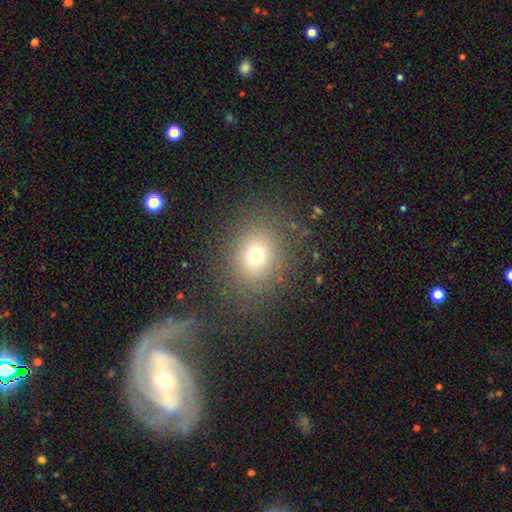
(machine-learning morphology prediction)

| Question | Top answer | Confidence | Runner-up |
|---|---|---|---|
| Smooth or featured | smooth | 70% | star or artifact (19%) |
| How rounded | round | 65% | in between (34%) |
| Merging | none | 81% | minor disturbance (10%) |